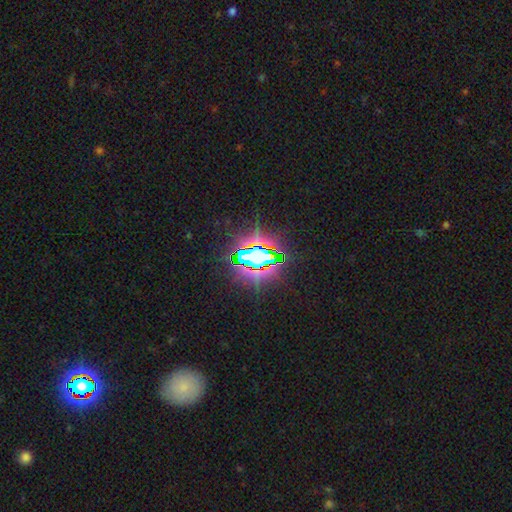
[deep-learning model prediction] Morphology: type=star or artifact (77%).